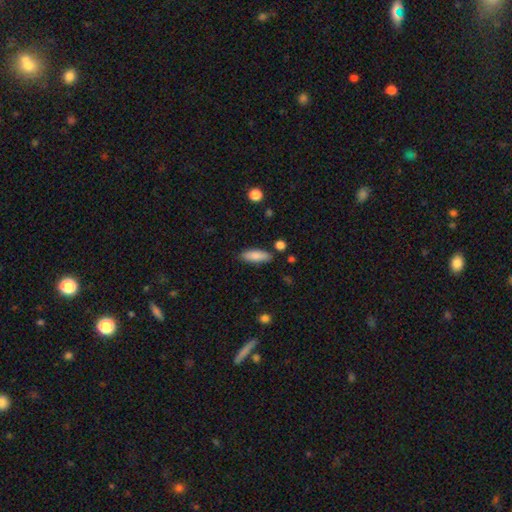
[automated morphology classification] This appears to be a smooth galaxy with no disk features (85%) that is in between round and cigar-shaped (63%). Merging: none (83%).